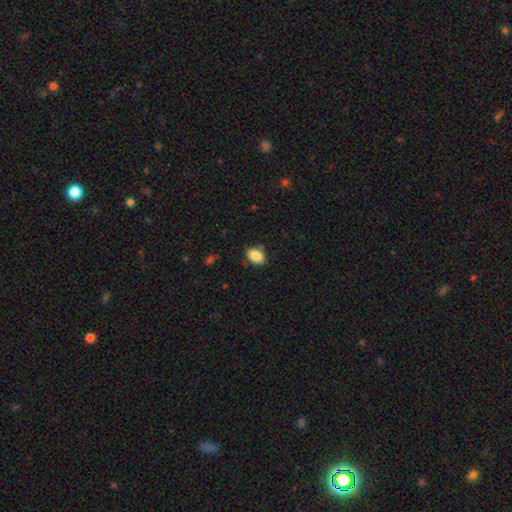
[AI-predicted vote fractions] smooth_or_featured: smooth (p=0.85) [alt: star or artifact p=0.08]
how_rounded: in between (p=0.82) [alt: round p=0.16]
merging: none (p=0.79) [alt: minor disturbance p=0.16]